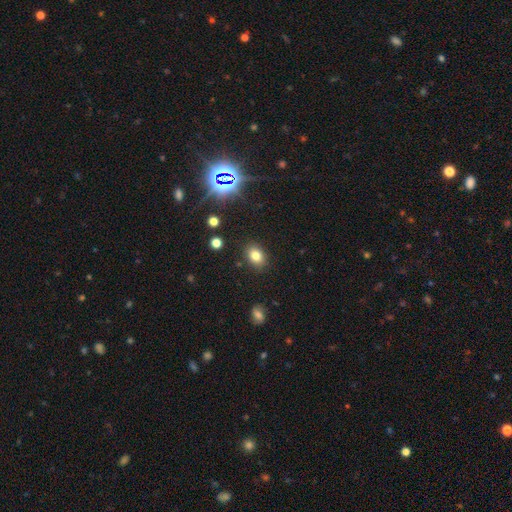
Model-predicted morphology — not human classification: Smooth or featured? Predicted: smooth (p=0.79). How rounded? Predicted: in between (p=0.62). Merging? Predicted: none (p=0.86).